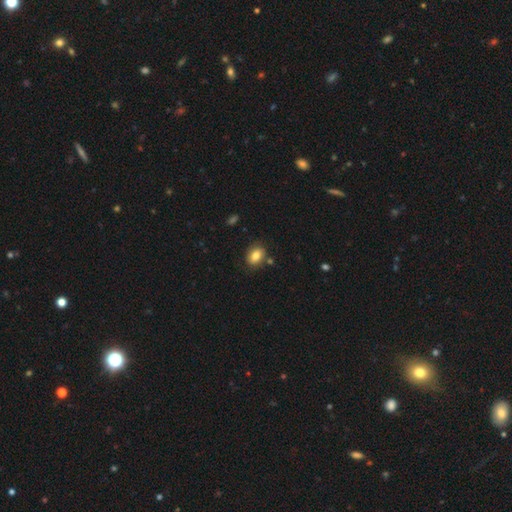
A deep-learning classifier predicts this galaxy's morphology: Smooth or featured? Predicted: smooth (p=0.81). How rounded? Predicted: in between (p=0.73). Merging? Predicted: none (p=0.79).